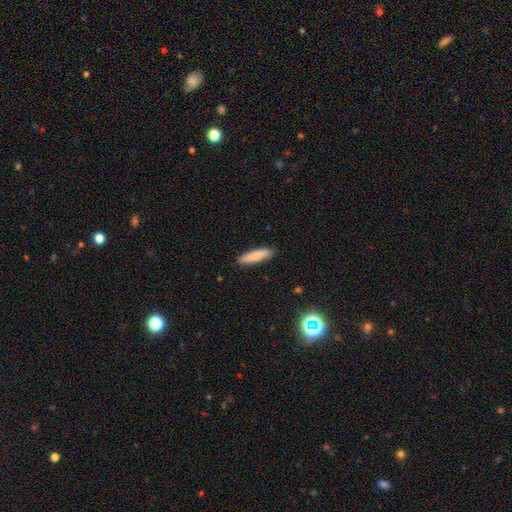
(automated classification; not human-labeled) This appears to be a smooth galaxy with no disk features (82%) that is cigar-shaped (80%). Merging: none (88%).